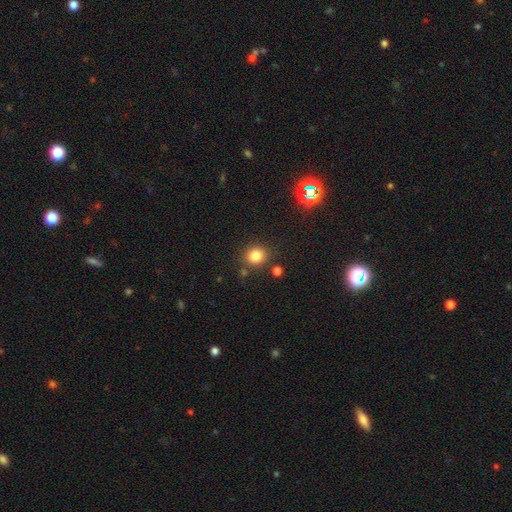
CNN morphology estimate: A smooth galaxy with no disk features (82%) that is round (78%). Merging: none (81%).